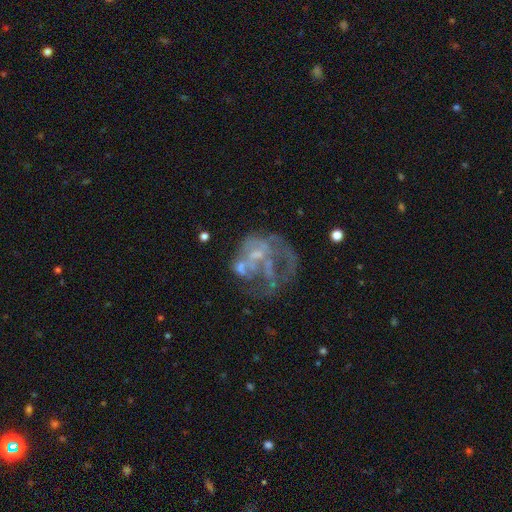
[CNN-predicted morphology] This appears to be a featured or disk galaxy (68%) with no bar (82%), no spiral arms (78%) and no central bulge (56%). Merging: major disturbance (41%).